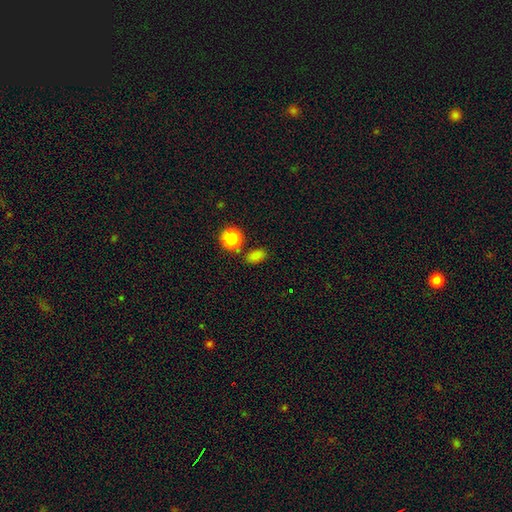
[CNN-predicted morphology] smooth 82%, star or artifact 13%, featured or disk 4%. Down the decision tree: how rounded — in between (75%); merging — none (73%).